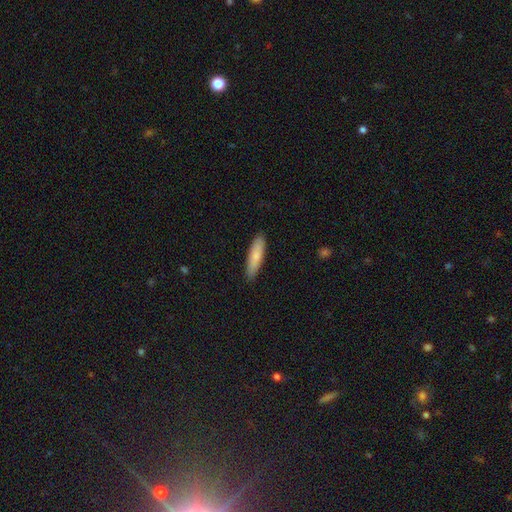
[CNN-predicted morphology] smooth-or-featured: smooth: 80% | featured or disk: 15% | star or artifact: 6%
  how-rounded: cigar-shaped: 75% | in between: 24% | round: 1%
  merging: none: 88% | minor disturbance: 9% | major disturbance: 2% | merger: 1%